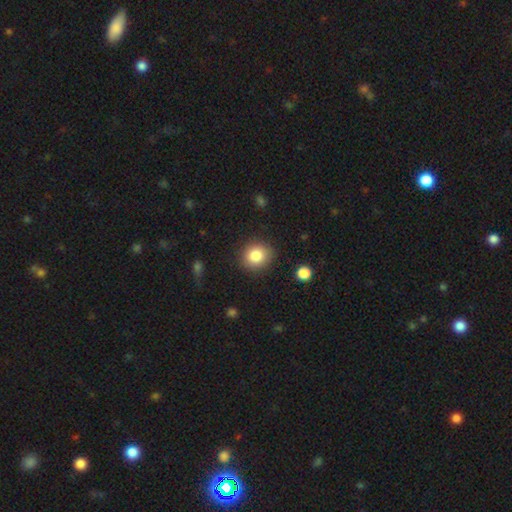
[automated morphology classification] A smooth galaxy with no disk features (84%) that is round (76%). Merging: none (86%).